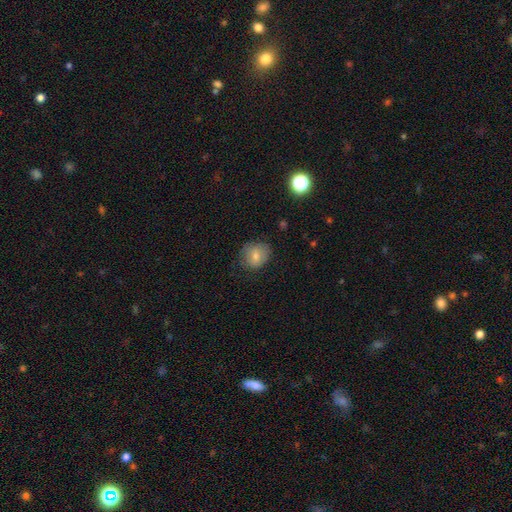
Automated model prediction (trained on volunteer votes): Q: Smooth or featured?
A: smooth (73%); runner-up: featured or disk (17%)
Q: How rounded?
A: round (72%); runner-up: in between (28%)
Q: Merging?
A: none (72%); runner-up: minor disturbance (21%)